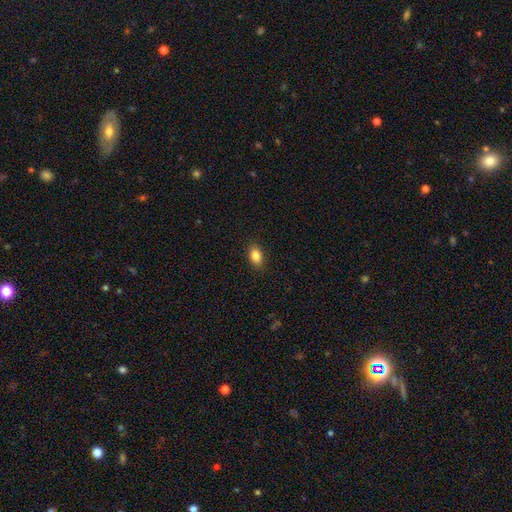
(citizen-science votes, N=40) Smooth or featured? smooth (88%)
How rounded? in between (80%)
Merging? none (92%)